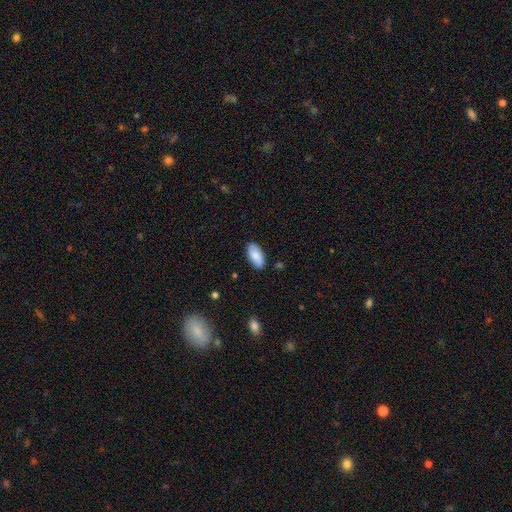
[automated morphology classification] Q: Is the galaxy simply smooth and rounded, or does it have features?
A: smooth — 85%.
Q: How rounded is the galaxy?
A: in between — 93%.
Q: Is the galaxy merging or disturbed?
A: none — 86%.